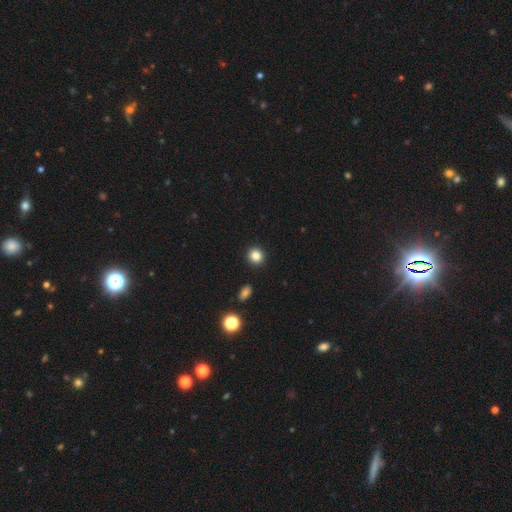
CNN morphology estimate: type=smooth (85%); roundness=round (90%); merging=none (92%).